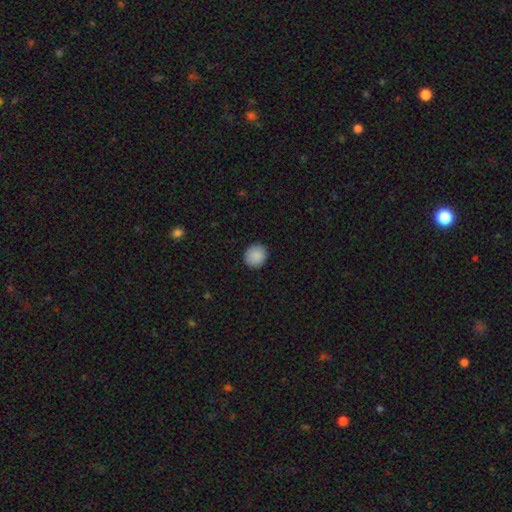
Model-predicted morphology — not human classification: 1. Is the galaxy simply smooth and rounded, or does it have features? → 89% smooth, 8% star or artifact, 3% featured or disk.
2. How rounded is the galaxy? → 88% round, 11% in between, 1% cigar-shaped.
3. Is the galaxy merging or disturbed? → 91% none, 6% minor disturbance, 2% major disturbance, 1% merger.